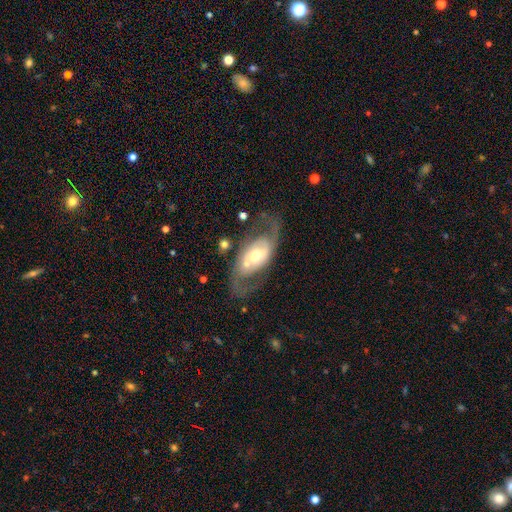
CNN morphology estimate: This is clearly a featured or disk galaxy (80%). It is clearly not viewed edge-on (93%). Bar: marginally no (45%). Spiral arm pattern: clearly yes (83%). Spiral arm count: clearly 2 (87%). Spiral winding: possibly medium (46%). Central bulge: likely moderate (61%). Merging: likely none (61%).